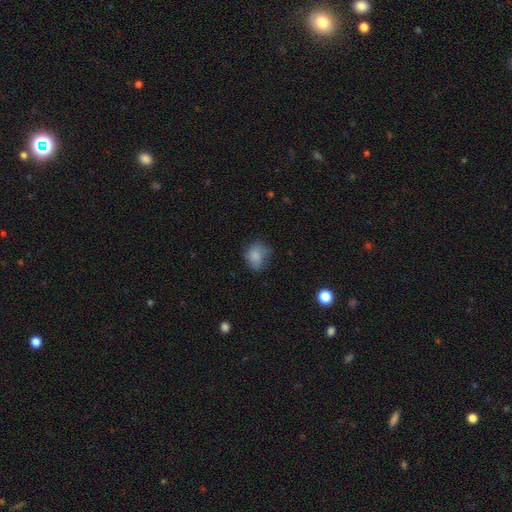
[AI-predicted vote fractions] smooth-or-featured: smooth: 80% | star or artifact: 10% | featured or disk: 10%
  how-rounded: in between: 53% | round: 46% | cigar-shaped: 1%
  merging: none: 57% | minor disturbance: 30% | major disturbance: 12% | merger: 2%